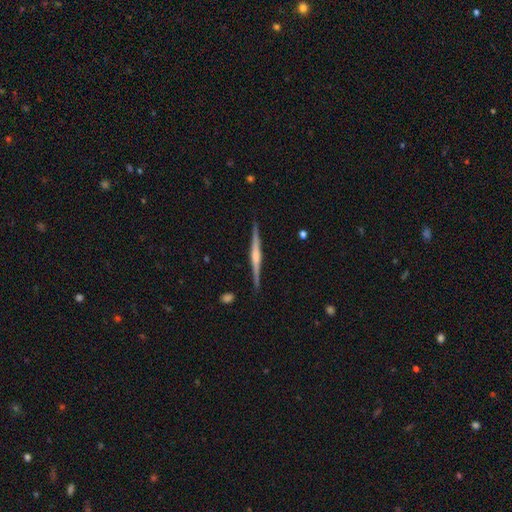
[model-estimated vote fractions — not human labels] smooth_or_featured: featured or disk (p=0.75) [alt: smooth p=0.19]
disk_edge_on: yes (p=0.98) [alt: no p=0.02]
edge_on_bulge: rounded (p=0.61) [alt: boxy p=0.22]
merging: none (p=0.90) [alt: minor disturbance p=0.08]